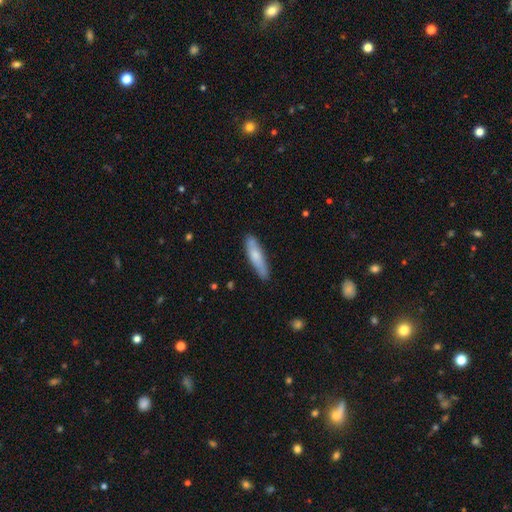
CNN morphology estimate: smooth 70%, featured or disk 25%, star or artifact 5%. Down the decision tree: how rounded — cigar-shaped (77%); merging — none (82%).